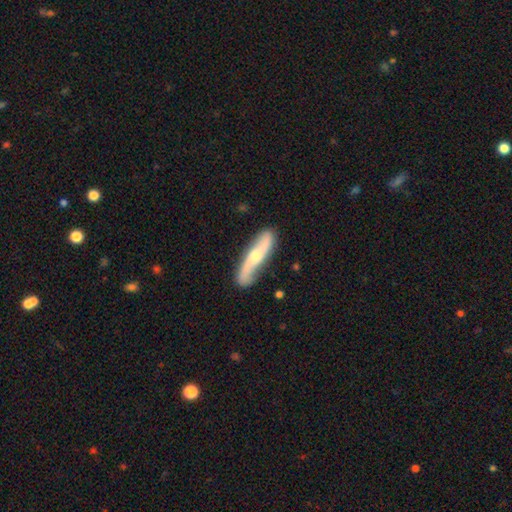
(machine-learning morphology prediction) Smooth or featured? Predicted: featured or disk (p=0.68). Edge-on disk? Predicted: no (p=0.68). Merging? Predicted: none (p=0.82).